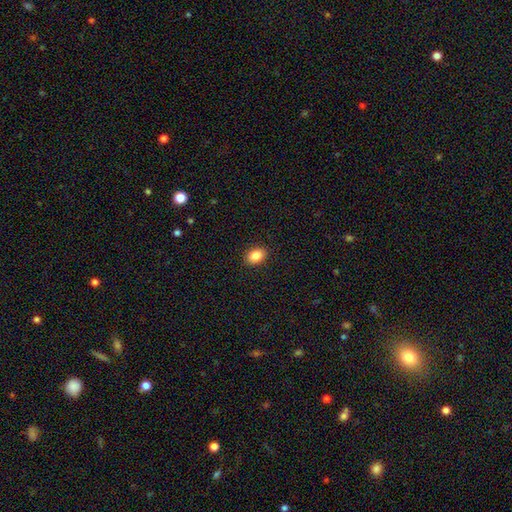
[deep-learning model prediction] Smooth or featured: smooth — 86% (star or artifact — 8%)
How rounded: in between — 79% (round — 19%)
Merging: none — 90% (minor disturbance — 7%)